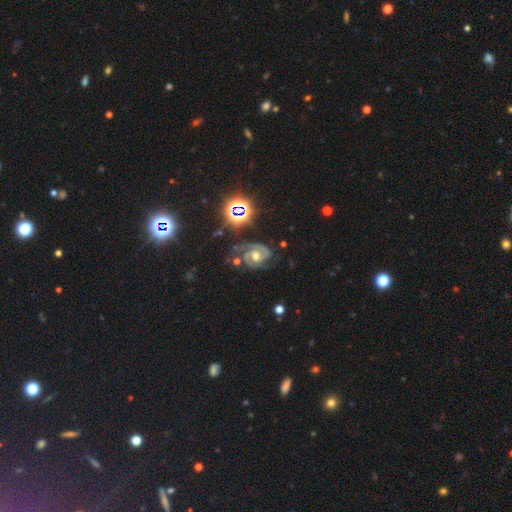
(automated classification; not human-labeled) Q: Smooth or featured?
A: featured or disk (83%); runner-up: star or artifact (11%)
Q: Edge-on disk?
A: no (98%); runner-up: yes (2%)
Q: Bar?
A: no (55%); runner-up: weak (33%)
Q: Spiral arms?
A: yes (97%); runner-up: no (3%)
Q: Spiral winding?
A: tight (51%); runner-up: medium (42%)
Q: Spiral arm count?
A: 2 (86%); runner-up: can't tell (4%)
Q: Bulge size?
A: moderate (76%); runner-up: small (12%)
Q: Merging?
A: none (65%); runner-up: minor disturbance (21%)